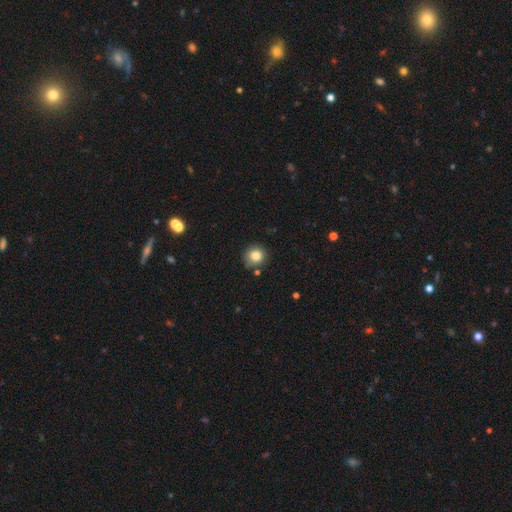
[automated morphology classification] type=smooth (83%); roundness=round (88%); merging=none (80%).